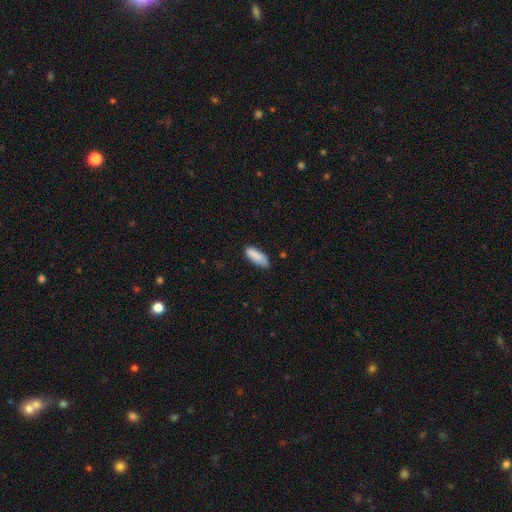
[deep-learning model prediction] Smooth or featured? Predicted: smooth (p=0.88). How rounded? Predicted: in between (p=0.68). Merging? Predicted: none (p=0.74).